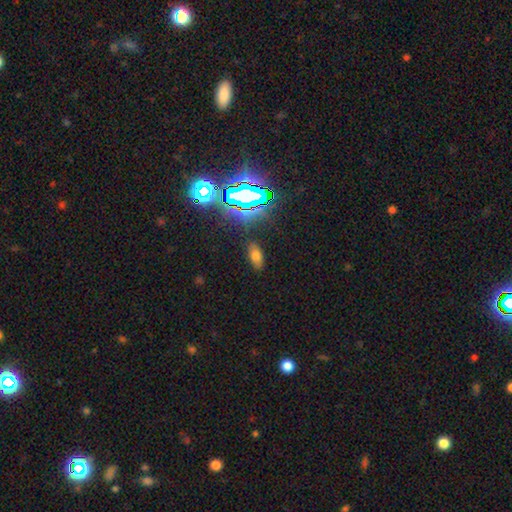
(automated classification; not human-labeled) Smooth or featured?
  - smooth: 61% *
  - star or artifact: 28%
  - featured or disk: 12%
How rounded?
  - in between: 87% *
  - cigar-shaped: 8%
  - round: 5%
Merging?
  - none: 85% *
  - minor disturbance: 10%
  - major disturbance: 3%
  - merger: 2%